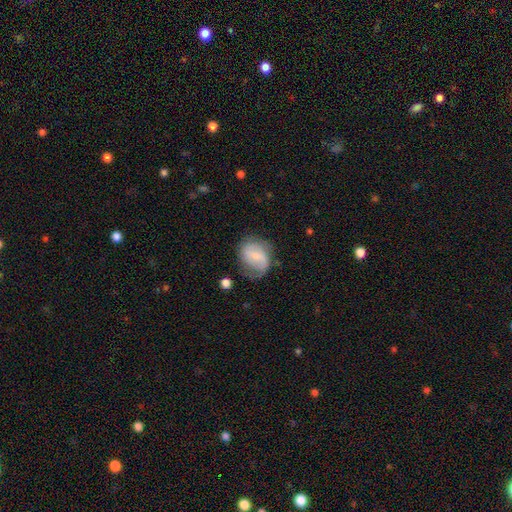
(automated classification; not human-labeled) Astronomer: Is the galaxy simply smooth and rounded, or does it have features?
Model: featured or disk — 53% (runner-up: smooth, 40%).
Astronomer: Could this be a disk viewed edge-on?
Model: no — 97%.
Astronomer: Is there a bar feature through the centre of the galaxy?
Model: weak — 49% (runner-up: no, 30%).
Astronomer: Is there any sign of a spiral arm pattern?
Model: yes — 81%.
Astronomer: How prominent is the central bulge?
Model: small — 54%.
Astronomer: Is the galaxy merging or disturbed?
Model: none — 54%.